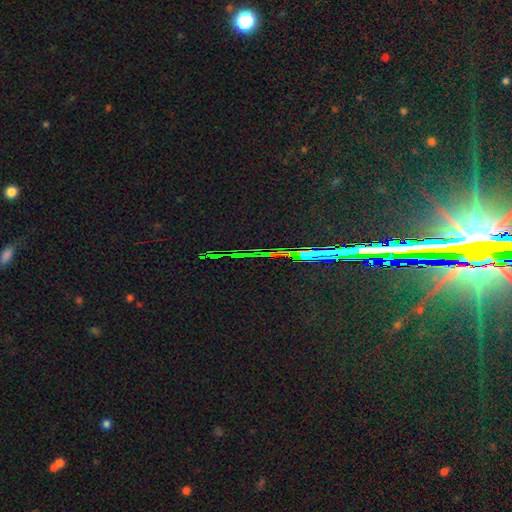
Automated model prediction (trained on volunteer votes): A star or artifact, not a galaxy (81%).

Vote fractions:
- Smooth or featured? star or artifact: 81% / featured or disk: 11% / smooth: 7%